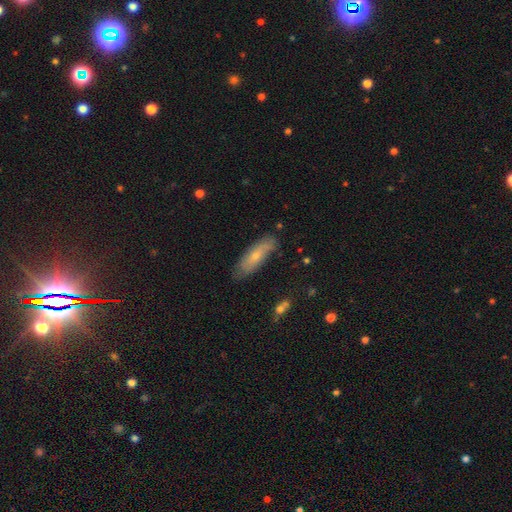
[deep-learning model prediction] Smooth or featured? Predicted: smooth (p=0.59). How rounded? Predicted: cigar-shaped (p=0.50). Merging? Predicted: none (p=0.79).